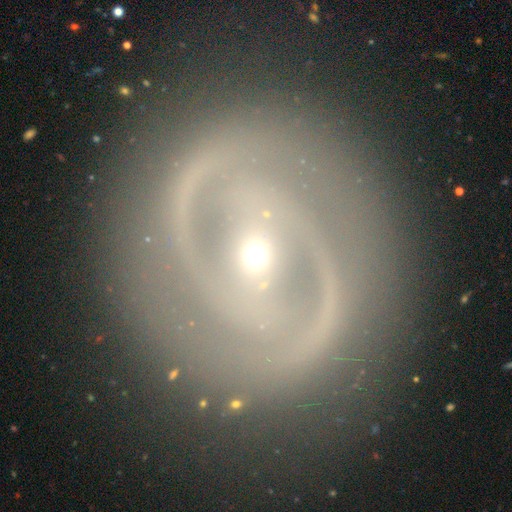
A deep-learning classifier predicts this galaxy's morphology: smooth_or_featured: featured or disk (p=0.89) [alt: star or artifact p=0.06]
disk_edge_on: no (p=0.97) [alt: yes p=0.03]
bar: no (p=0.34) [alt: weak p=0.33]
has_spiral_arms: yes (p=0.92) [alt: no p=0.08]
spiral_winding: medium (p=0.45) [alt: tight p=0.43]
spiral_arm_count: 2 (p=0.86) [alt: can't tell p=0.05]
bulge_size: small (p=0.75) [alt: moderate p=0.21]
merging: none (p=0.79) [alt: minor disturbance p=0.13]